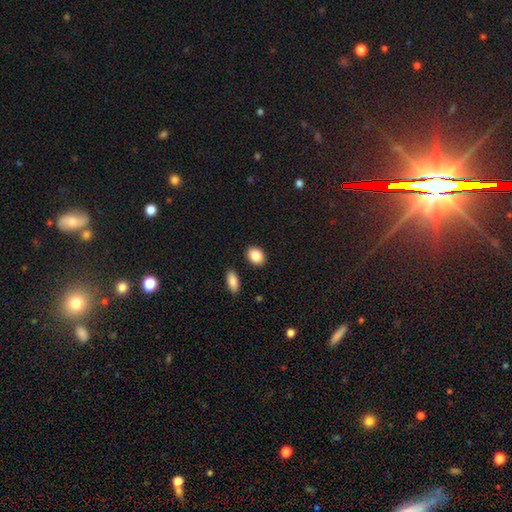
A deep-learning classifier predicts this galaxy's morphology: A smooth galaxy with no disk features (88%) that is in between round and cigar-shaped (67%). Merging: none (87%).